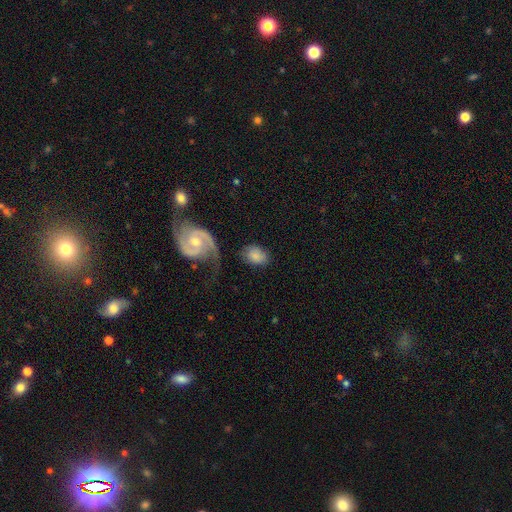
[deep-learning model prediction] Smooth or featured?
  - smooth: 66% *
  - featured or disk: 26%
  - star or artifact: 8%
How rounded?
  - in between: 74% *
  - round: 24%
  - cigar-shaped: 1%
Merging?
  - none: 63% *
  - minor disturbance: 19%
  - major disturbance: 10%
  - merger: 8%